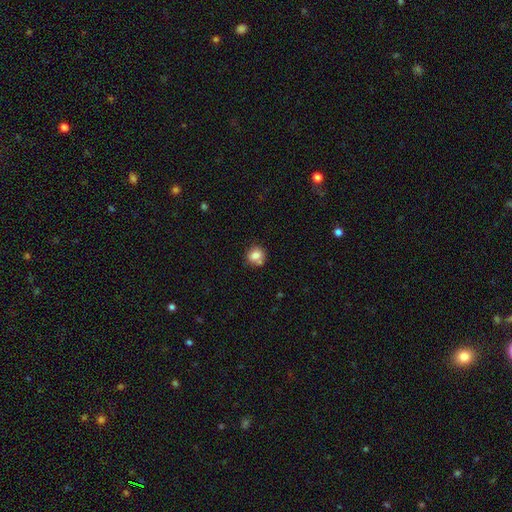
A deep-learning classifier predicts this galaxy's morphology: Smooth or featured?
  - smooth: 79% *
  - featured or disk: 11%
  - star or artifact: 10%
How rounded?
  - round: 74% *
  - in between: 25%
  - cigar-shaped: 1%
Merging?
  - none: 61% *
  - merger: 19%
  - minor disturbance: 16%
  - major disturbance: 4%